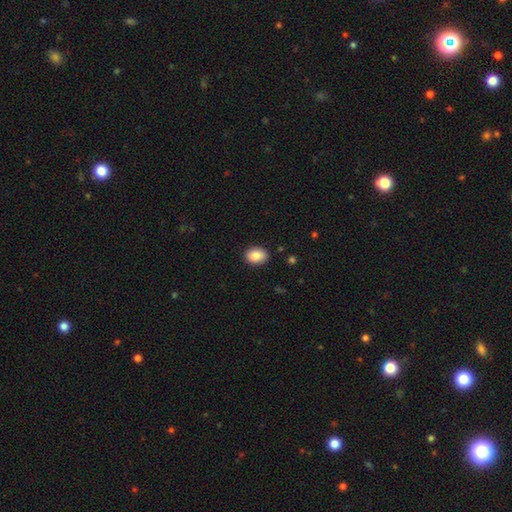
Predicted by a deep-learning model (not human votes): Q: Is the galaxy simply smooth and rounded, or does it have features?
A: smooth — 89%.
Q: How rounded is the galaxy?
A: in between — 74%.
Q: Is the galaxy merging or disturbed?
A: none — 88%.